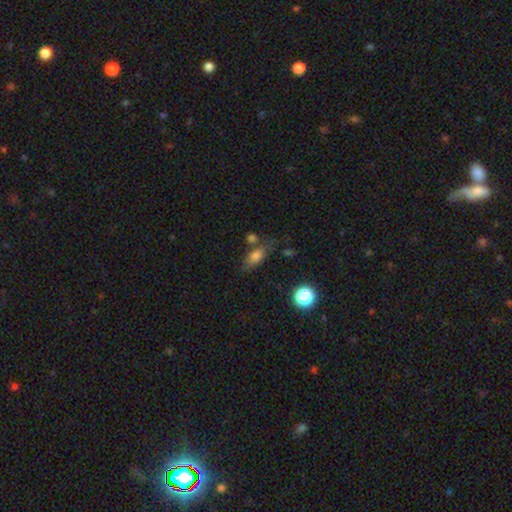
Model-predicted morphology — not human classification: Smooth or featured? smooth (72%)
How rounded? in between (75%)
Merging? none (56%)